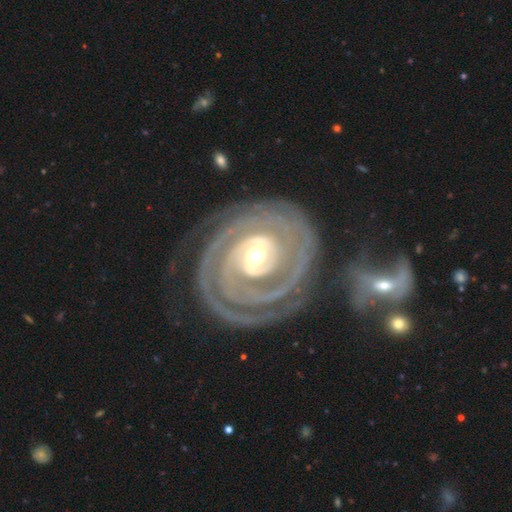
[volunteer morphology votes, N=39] featured or disk 97%, star or artifact 3%, smooth 0%. Down the decision tree: edge-on disk — no (97%); bar — weak (65%); spiral arms — yes (100%); spiral arm count — 2 (76%); spiral winding — tight (89%); bulge size — moderate (65%); merging — none (63%).